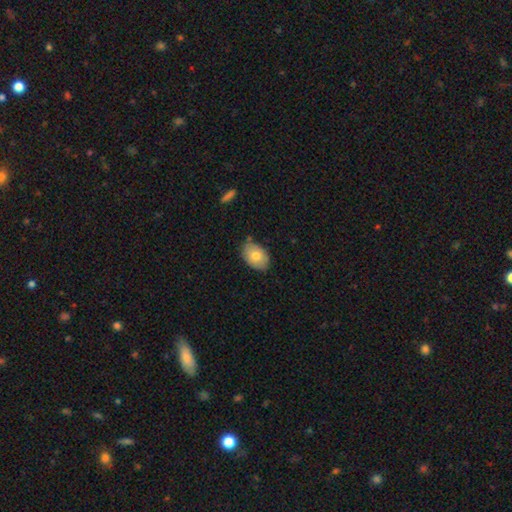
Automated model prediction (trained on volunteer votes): This is likely a smooth galaxy (76%). How rounded: clearly in between (83%). Merging: likely none (75%).